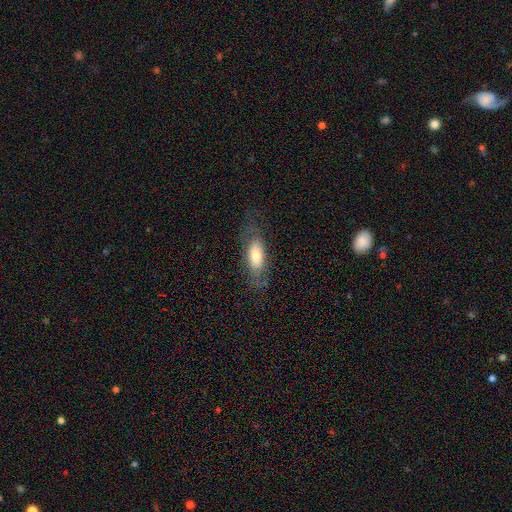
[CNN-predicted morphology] type=smooth (65%); roundness=in between (73%); merging=none (69%).